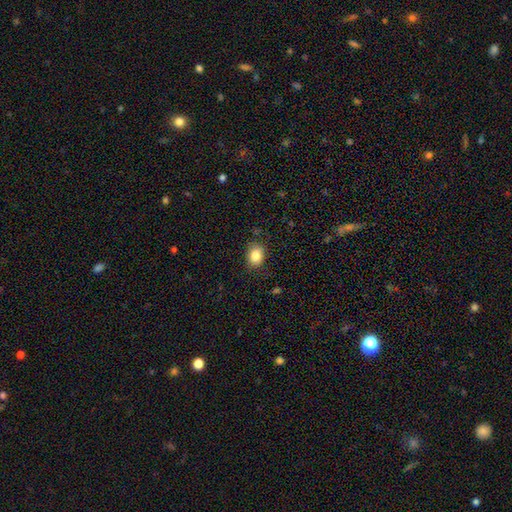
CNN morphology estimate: This appears to be a smooth galaxy with no disk features (85%) that is in between round and cigar-shaped (62%). Merging: none (82%).